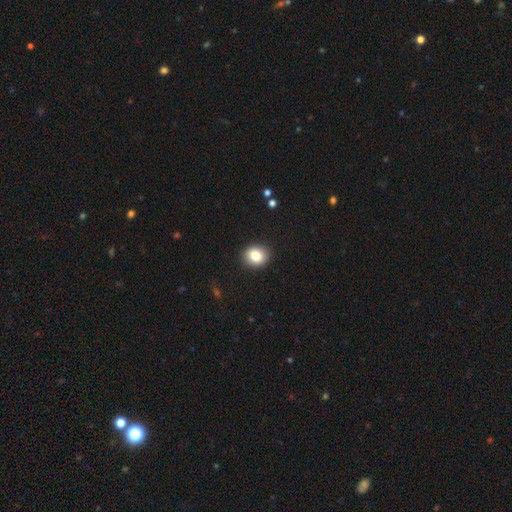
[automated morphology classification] smooth-or-featured: smooth: 82% | star or artifact: 9% | featured or disk: 8%
  how-rounded: round: 69% | in between: 30% | cigar-shaped: 1%
  merging: none: 90% | minor disturbance: 7% | major disturbance: 2% | merger: 1%